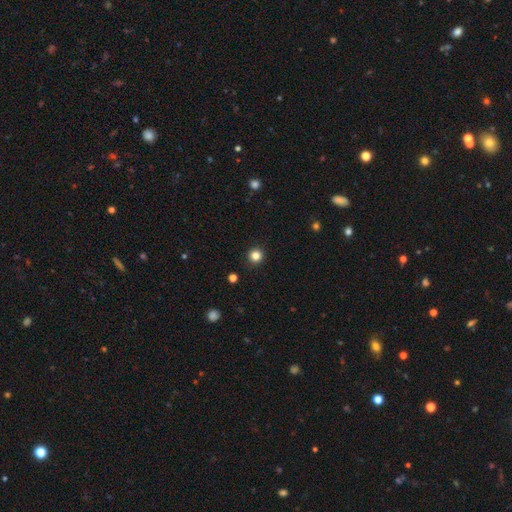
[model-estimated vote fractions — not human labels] Smooth or featured: smooth — 83% (star or artifact — 13%)
How rounded: round — 95% (in between — 4%)
Merging: none — 93% (minor disturbance — 4%)